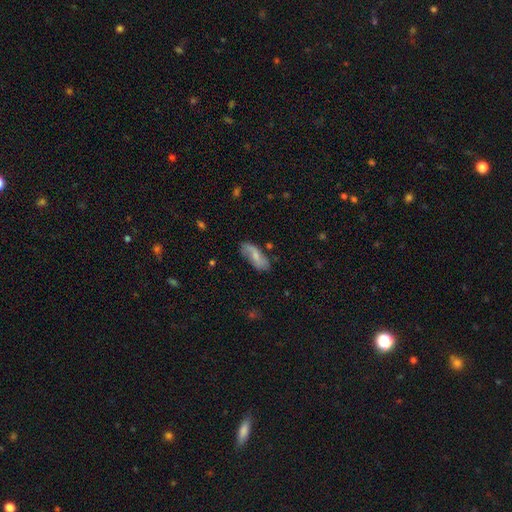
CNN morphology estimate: smooth-or-featured: smooth: 52% | featured or disk: 41% | star or artifact: 7%
  how-rounded: in between: 77% | cigar-shaped: 20% | round: 3%
  merging: none: 69% | minor disturbance: 22% | major disturbance: 6% | merger: 3%